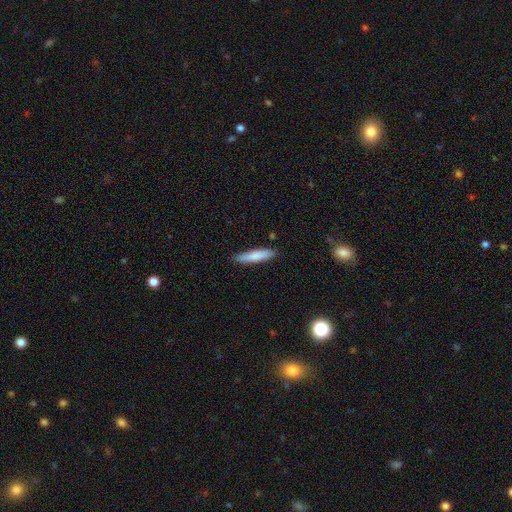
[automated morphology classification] Overall: smooth (79%). How rounded: cigar-shaped (83%). Merging: none (88%).